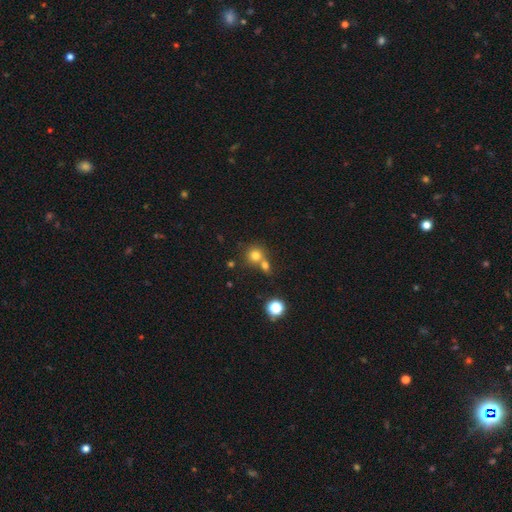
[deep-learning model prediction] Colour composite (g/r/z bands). It shows a smooth galaxy with no disk features (76%) that is round (87%). Merging: none (48%).